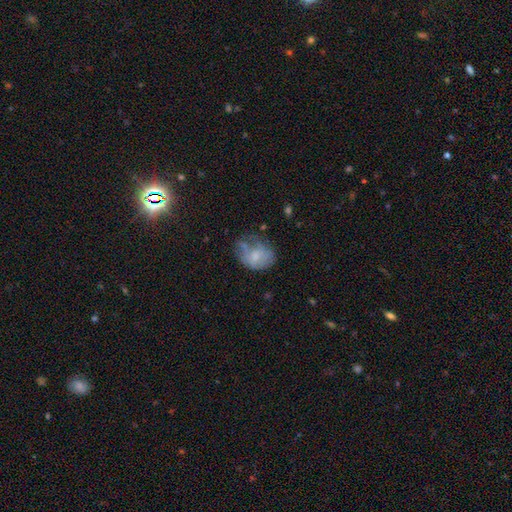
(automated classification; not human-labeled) Smooth or featured? smooth (60%)
How rounded? in between (63%)
Merging? none (36%)